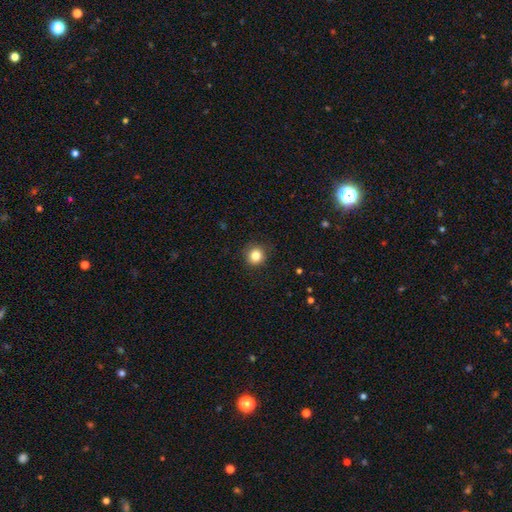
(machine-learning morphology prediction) type=smooth (83%); roundness=round (92%); merging=none (89%).